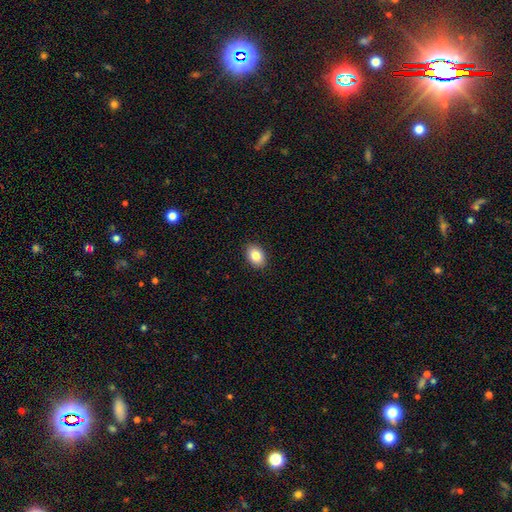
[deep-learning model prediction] Smooth or featured?
  - smooth: 85% *
  - star or artifact: 8%
  - featured or disk: 7%
How rounded?
  - in between: 80% *
  - round: 19%
  - cigar-shaped: 1%
Merging?
  - none: 90% *
  - minor disturbance: 7%
  - major disturbance: 2%
  - merger: 1%